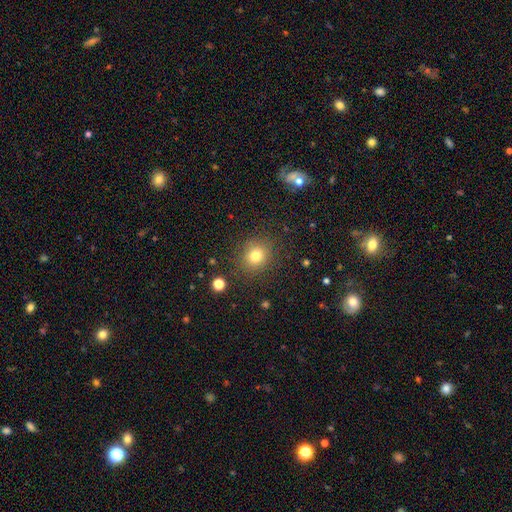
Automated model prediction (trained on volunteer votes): Smooth or featured: smooth — 78% (star or artifact — 14%)
How rounded: round — 78% (in between — 21%)
Merging: none — 86% (minor disturbance — 9%)